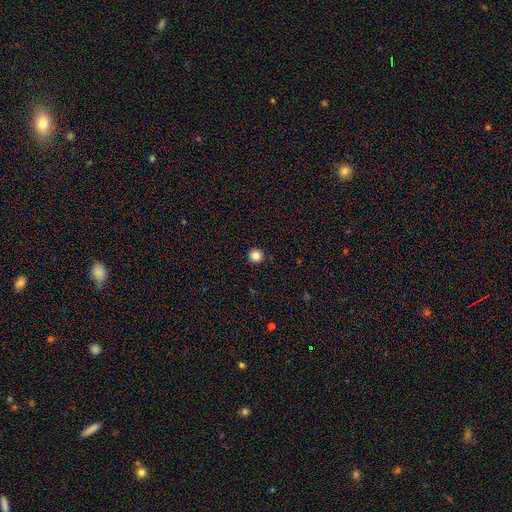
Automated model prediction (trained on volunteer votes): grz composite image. It shows a smooth galaxy with no disk features (85%) that is round (96%). Merging: none (93%).